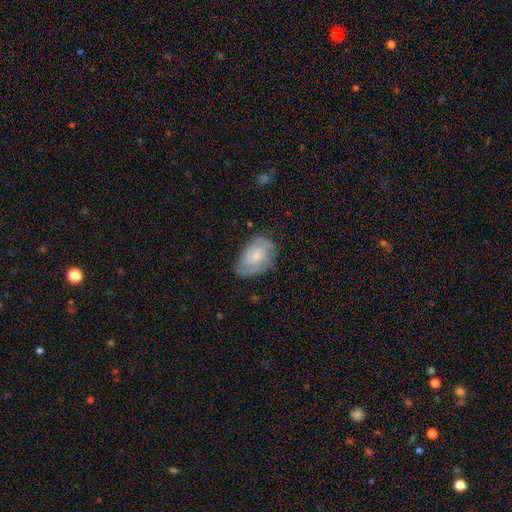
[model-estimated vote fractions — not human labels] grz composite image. It shows a featured or disk galaxy (67%) with no bar (67%), 2 (48%) tight (55%) spiral arms (90%) and a small central bulge (55%). Merging: none (68%).